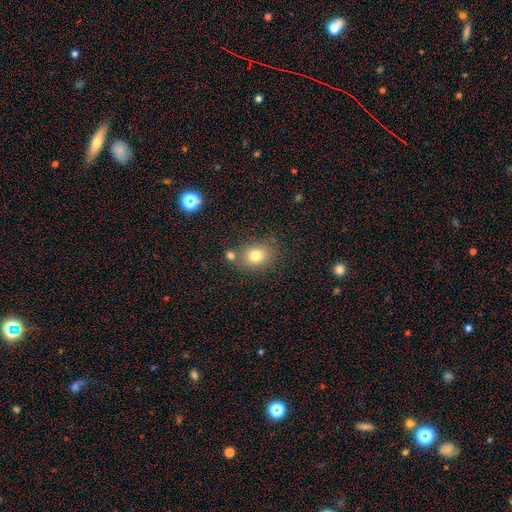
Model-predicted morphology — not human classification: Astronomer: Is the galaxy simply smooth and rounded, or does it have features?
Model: smooth — 78%.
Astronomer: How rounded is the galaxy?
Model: round — 59% (runner-up: in between, 40%).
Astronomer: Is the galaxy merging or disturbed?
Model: none — 69%.